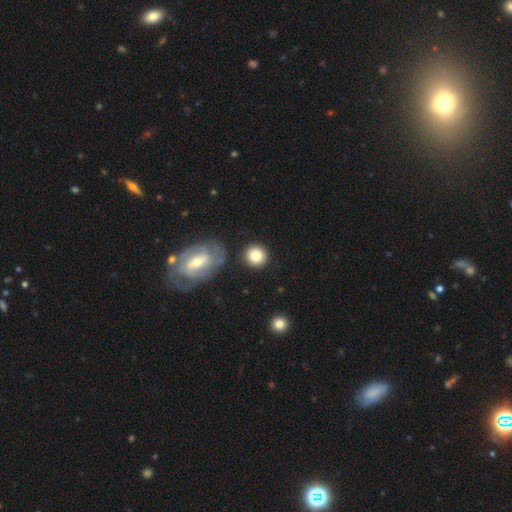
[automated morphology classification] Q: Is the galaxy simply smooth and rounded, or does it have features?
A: smooth — 81%.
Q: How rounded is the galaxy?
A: round — 91%.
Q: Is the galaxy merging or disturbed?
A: none — 82%.